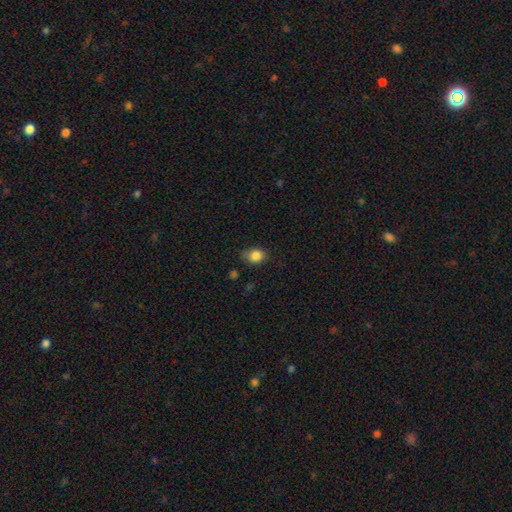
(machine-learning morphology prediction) This is clearly a smooth galaxy (85%). How rounded: possibly in between (55%). Merging: likely none (68%).